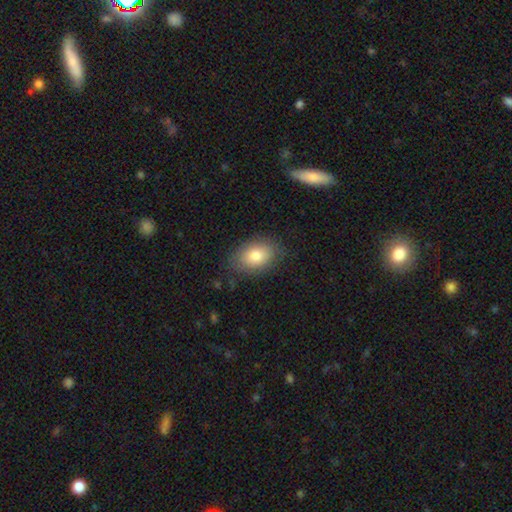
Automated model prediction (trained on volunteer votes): Morphology: type=smooth (81%); roundness=in between (84%); merging=none (81%).